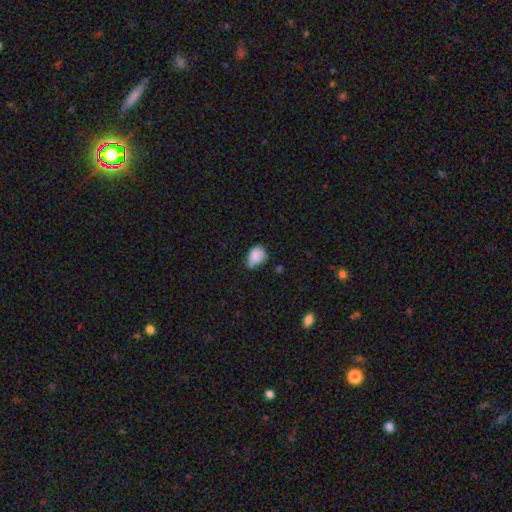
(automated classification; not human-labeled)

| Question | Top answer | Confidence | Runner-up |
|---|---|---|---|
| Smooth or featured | smooth | 77% | featured or disk (14%) |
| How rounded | in between | 64% | round (35%) |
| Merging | minor disturbance | 43% | none (39%) |